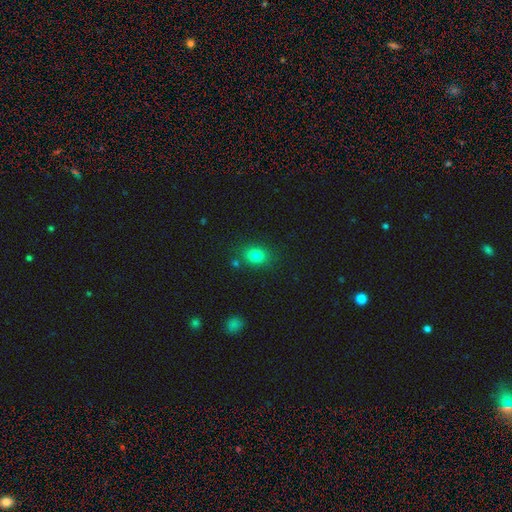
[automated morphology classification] Smooth or featured? Predicted: smooth (p=0.81). How rounded? Predicted: round (p=0.50). Merging? Predicted: none (p=0.80).